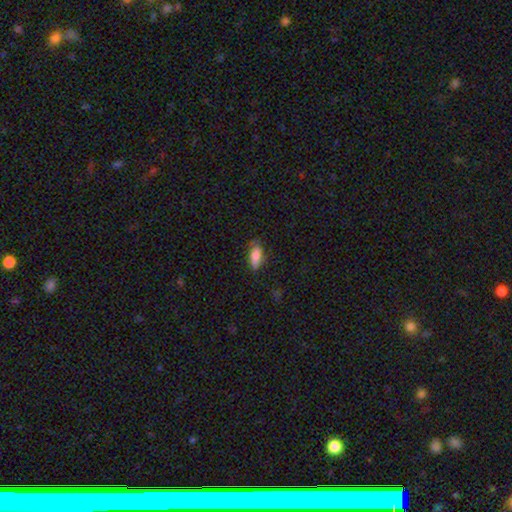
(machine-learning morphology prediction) Smooth or featured? Predicted: smooth (p=0.82). How rounded? Predicted: in between (p=0.76). Merging? Predicted: none (p=0.72).